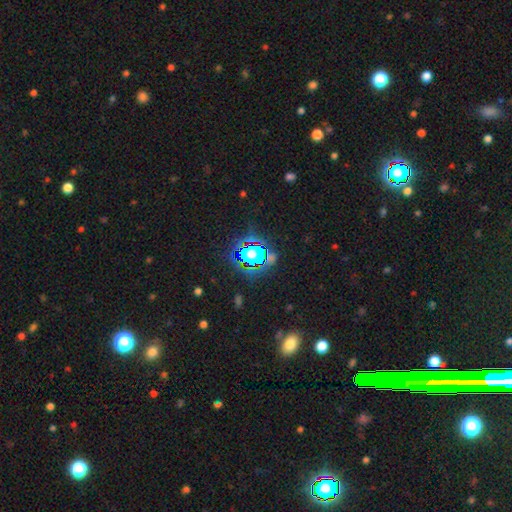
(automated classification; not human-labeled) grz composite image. It shows a star or artifact, not a galaxy (81%).